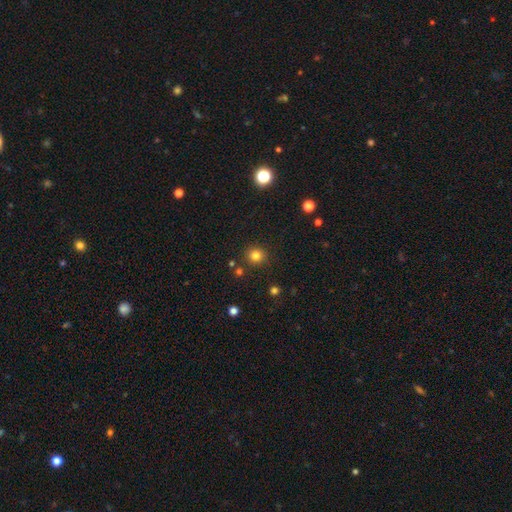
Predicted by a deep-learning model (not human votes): The model was most divided on "smooth or featured": smooth: 81%, star or artifact: 14%, featured or disk: 5%. More confident: how rounded — round (92%); merging — none (88%).